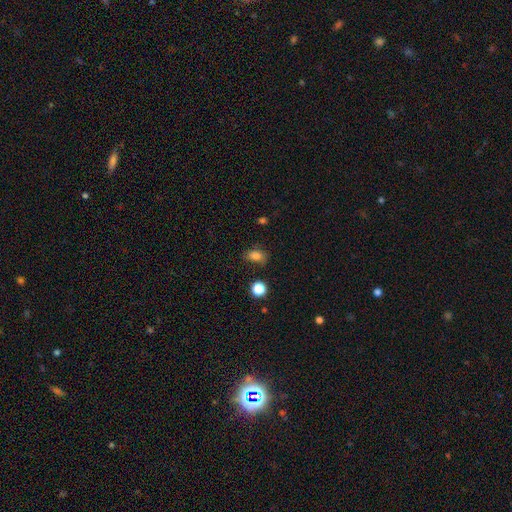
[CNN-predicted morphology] This is clearly a smooth galaxy (82%). How rounded: likely in between (75%). Merging: likely none (68%).